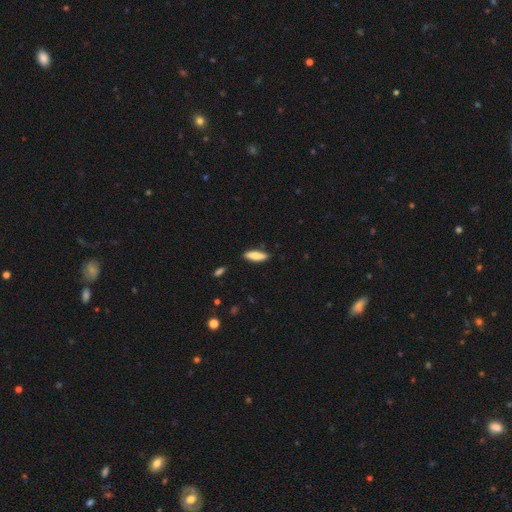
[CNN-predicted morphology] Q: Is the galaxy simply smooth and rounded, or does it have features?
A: smooth — 73%.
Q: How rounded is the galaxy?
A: cigar-shaped — 52%.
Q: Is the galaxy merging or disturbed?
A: none — 86%.